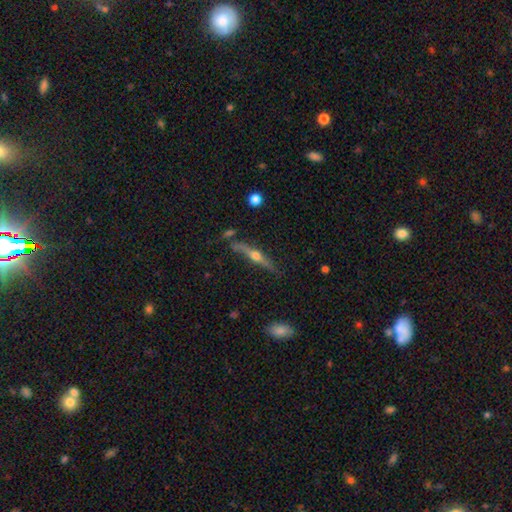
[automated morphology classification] The model was most divided on "smooth or featured": featured or disk: 72%, smooth: 21%, star or artifact: 7%. More confident: edge-on disk — yes (96%); edge-on bulge — rounded (94%); merging — none (75%).